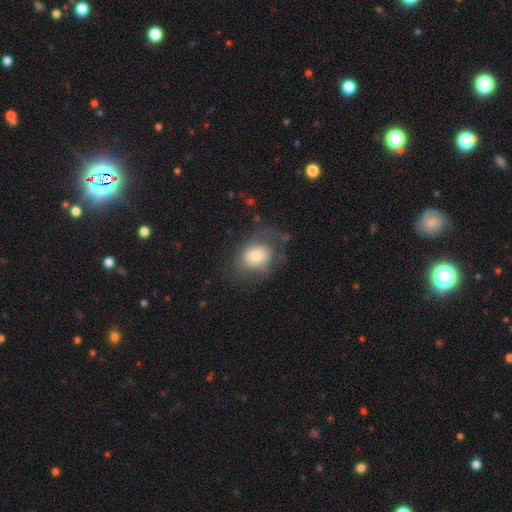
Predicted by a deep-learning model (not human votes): smooth 56%, featured or disk 36%, star or artifact 9%. Down the decision tree: how rounded — in between (51%); merging — none (43%).